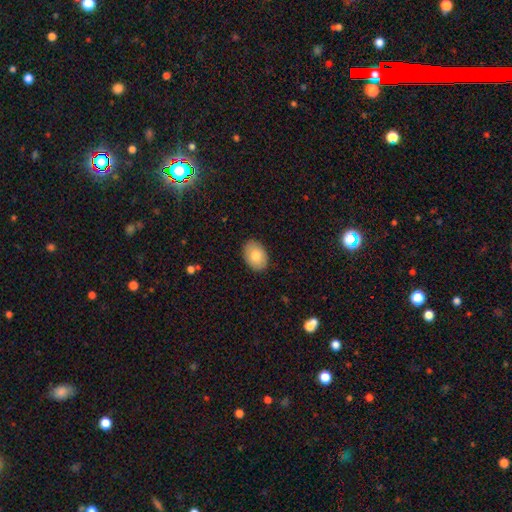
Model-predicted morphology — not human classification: smooth 81%, featured or disk 12%, star or artifact 7%. Down the decision tree: how rounded — in between (83%); merging — none (88%).